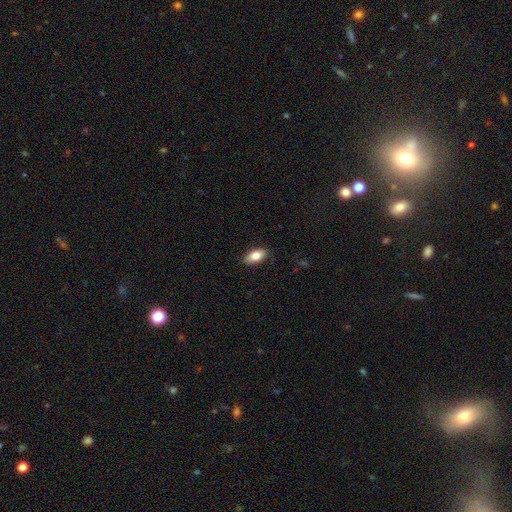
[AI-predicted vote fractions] The model was most divided on "smooth or featured": smooth: 81%, featured or disk: 12%, star or artifact: 7%. More confident: how rounded — in between (89%); merging — none (85%).